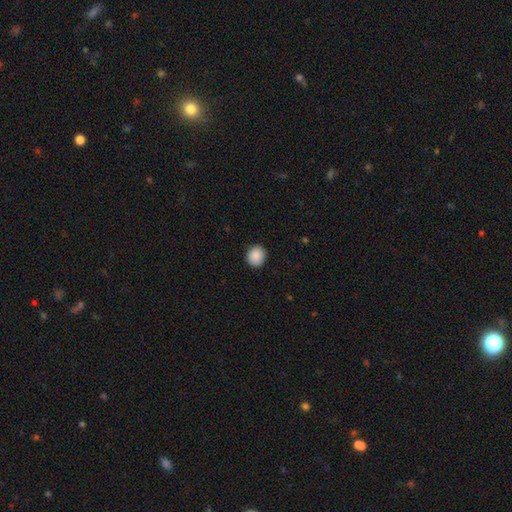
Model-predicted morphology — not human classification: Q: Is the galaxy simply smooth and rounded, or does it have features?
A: smooth — 89%.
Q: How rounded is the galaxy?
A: round — 72%.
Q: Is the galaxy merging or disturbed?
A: none — 90%.